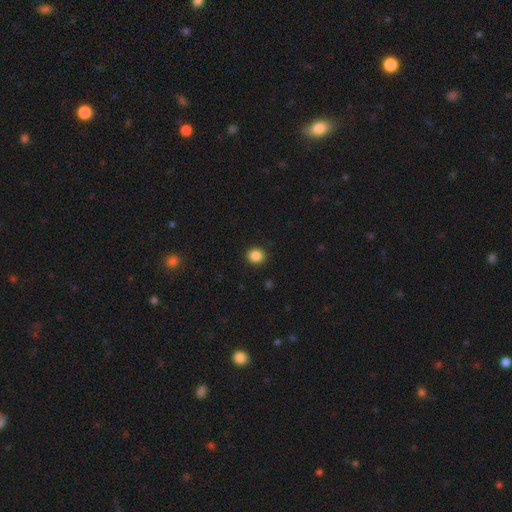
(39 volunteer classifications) smooth_or_featured: smooth (p=0.90) [alt: star or artifact p=0.10]
how_rounded: round (p=0.80) [alt: in between p=0.20]
merging: none (p=0.89) [alt: minor disturbance p=0.09]